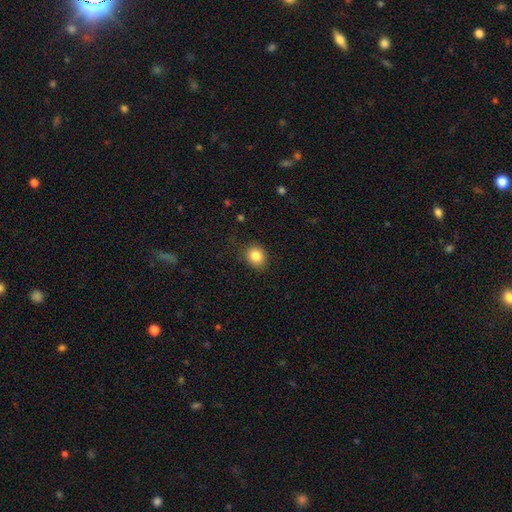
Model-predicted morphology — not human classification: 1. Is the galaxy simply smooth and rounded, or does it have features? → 84% smooth, 10% star or artifact, 6% featured or disk.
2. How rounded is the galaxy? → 67% round, 33% in between, 1% cigar-shaped.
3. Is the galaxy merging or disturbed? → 81% none, 14% minor disturbance, 4% major disturbance, 1% merger.